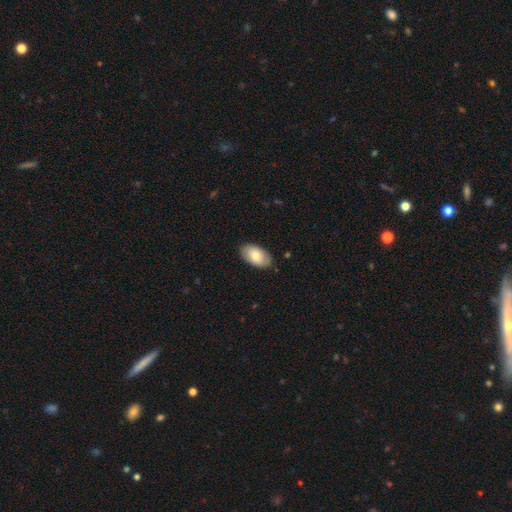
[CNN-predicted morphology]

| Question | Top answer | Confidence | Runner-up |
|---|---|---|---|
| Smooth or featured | smooth | 76% | featured or disk (18%) |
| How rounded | in between | 95% | round (4%) |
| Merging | none | 85% | minor disturbance (12%) |